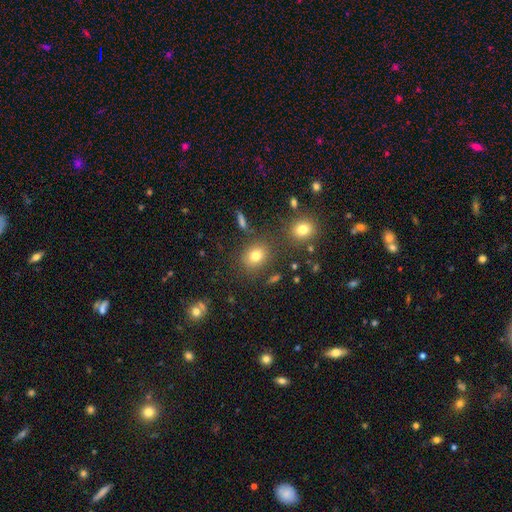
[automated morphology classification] Overall: smooth (76%). How rounded: round (60%; in between 39%). Merging: none (80%).